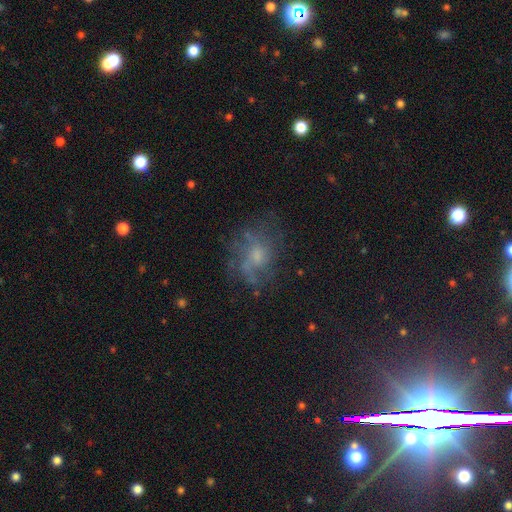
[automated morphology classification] This is possibly a featured or disk galaxy (50%). Merging: possibly none (56%).